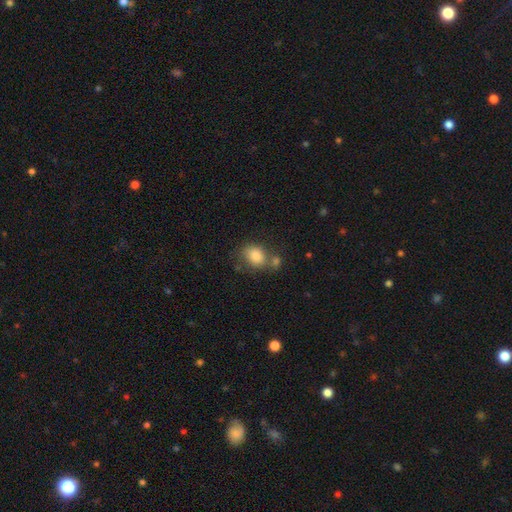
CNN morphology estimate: Smooth or featured?
  - smooth: 84% *
  - star or artifact: 8%
  - featured or disk: 7%
How rounded?
  - in between: 57% *
  - round: 42%
  - cigar-shaped: 1%
Merging?
  - none: 50% *
  - merger: 26%
  - minor disturbance: 17%
  - major disturbance: 7%